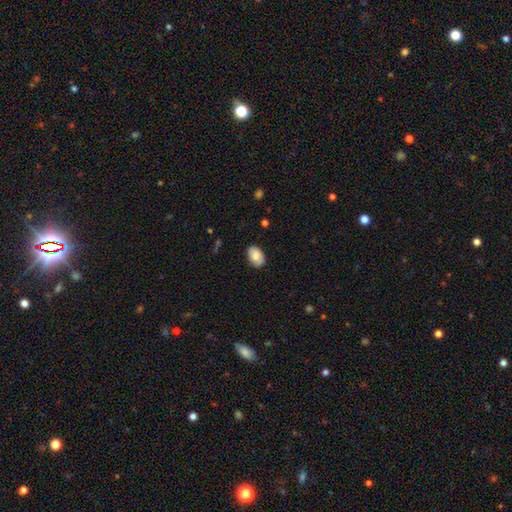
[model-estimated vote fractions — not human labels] Morphology: type=smooth (78%); roundness=in between (85%); merging=none (78%).